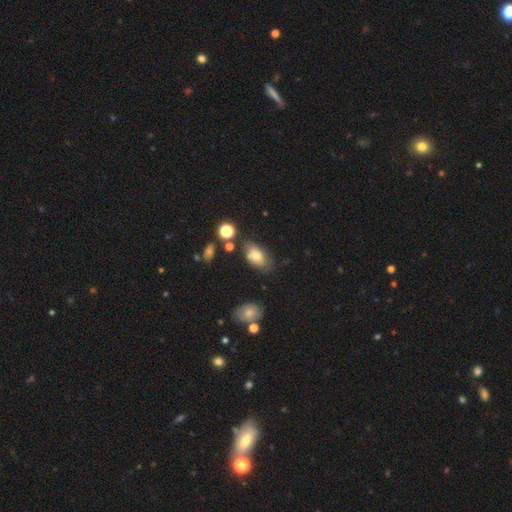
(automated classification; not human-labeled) Smooth or featured: smooth — 69% (featured or disk — 20%)
How rounded: in between — 90% (round — 8%)
Merging: none — 63% (minor disturbance — 23%)